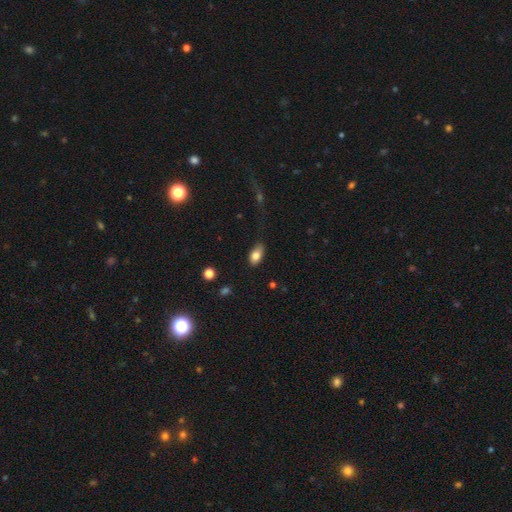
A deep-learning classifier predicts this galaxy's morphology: Smooth or featured? smooth (82%)
How rounded? in between (90%)
Merging? none (72%)